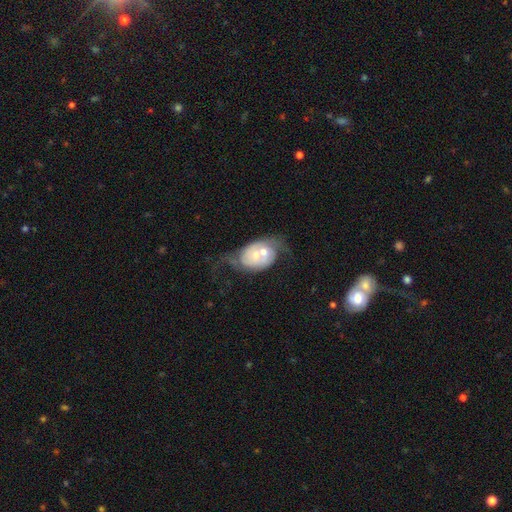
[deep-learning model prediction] Smooth or featured?
  - featured or disk: 66% *
  - smooth: 28%
  - star or artifact: 6%
Edge-on disk?
  - no: 96% *
  - yes: 4%
Bar?
  - no: 75% *
  - weak: 20%
  - strong: 5%
Spiral arms?
  - yes: 73% *
  - no: 27%
Bulge size?
  - moderate: 48% *
  - small: 40%
  - large: 6%
  - none: 3%
  - dominant: 2%
Merging?
  - merger: 49% *
  - none: 20%
  - major disturbance: 18%
  - minor disturbance: 13%